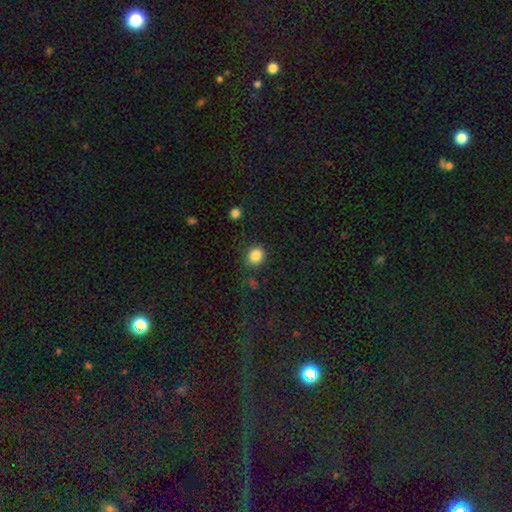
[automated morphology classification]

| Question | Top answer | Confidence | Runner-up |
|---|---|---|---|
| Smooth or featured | smooth | 86% | star or artifact (10%) |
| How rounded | round | 76% | in between (23%) |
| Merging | none | 86% | minor disturbance (9%) |